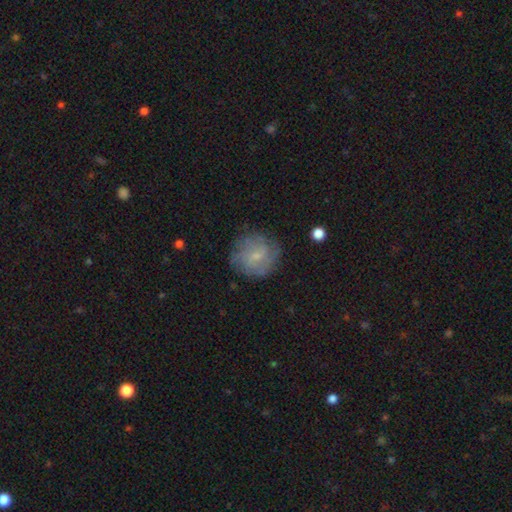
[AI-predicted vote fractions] A featured or disk galaxy (50%).

Vote fractions:
- Smooth or featured? featured or disk: 50% / smooth: 42% / star or artifact: 9%
- Merging? none: 75% / minor disturbance: 17% / major disturbance: 7% / merger: 1%